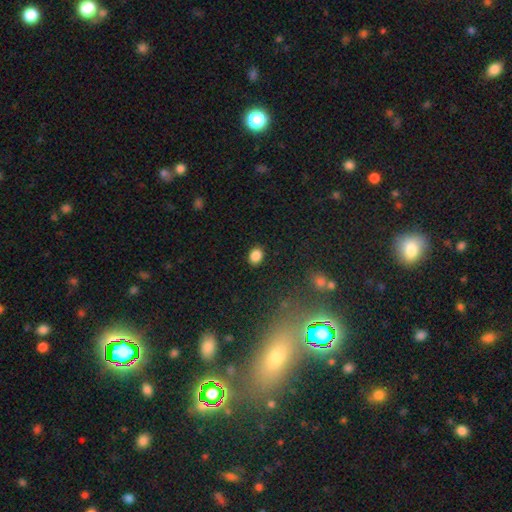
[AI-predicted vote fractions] Smooth or featured? Predicted: smooth (p=0.86). How rounded? Predicted: in between (p=0.56). Merging? Predicted: none (p=0.89).